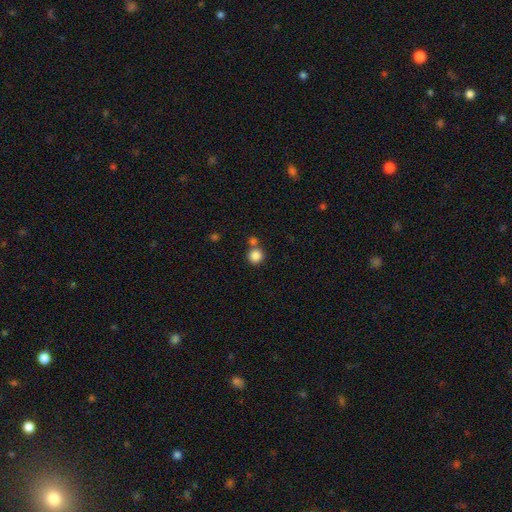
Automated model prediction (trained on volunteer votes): Smooth or featured? Predicted: smooth (p=0.85). How rounded? Predicted: round (p=0.92). Merging? Predicted: none (p=0.65).